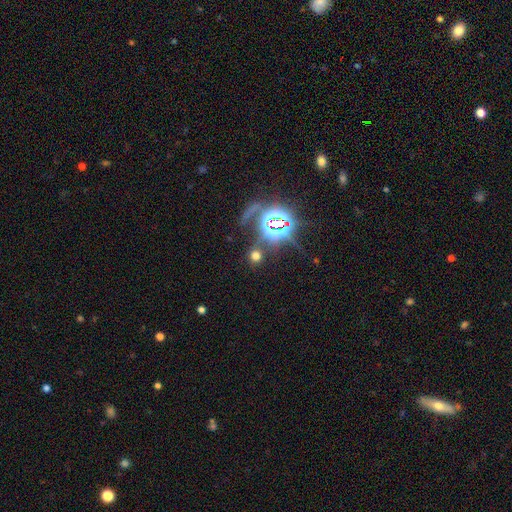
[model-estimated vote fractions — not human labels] Smooth or featured? Predicted: smooth (p=0.50). How rounded? Predicted: round (p=0.85). Merging? Predicted: none (p=0.75).